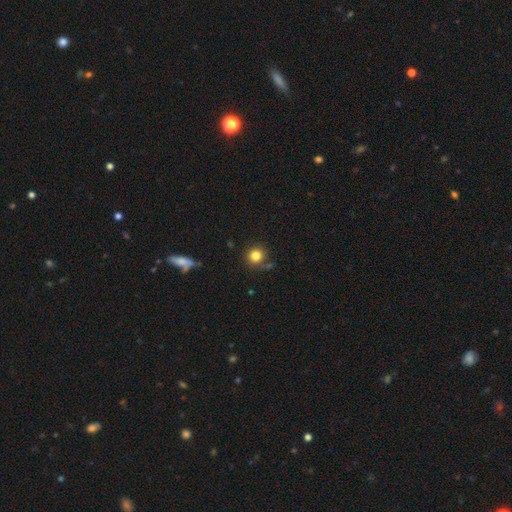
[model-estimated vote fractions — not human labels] Smooth or featured? smooth (82%)
How rounded? round (92%)
Merging? none (80%)